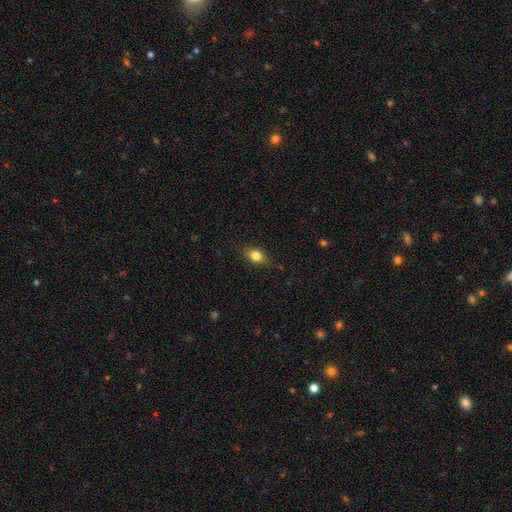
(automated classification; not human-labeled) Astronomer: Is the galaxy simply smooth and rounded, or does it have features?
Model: smooth — 81%.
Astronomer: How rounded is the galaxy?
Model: in between — 75%.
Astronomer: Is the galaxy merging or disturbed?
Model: none — 82%.